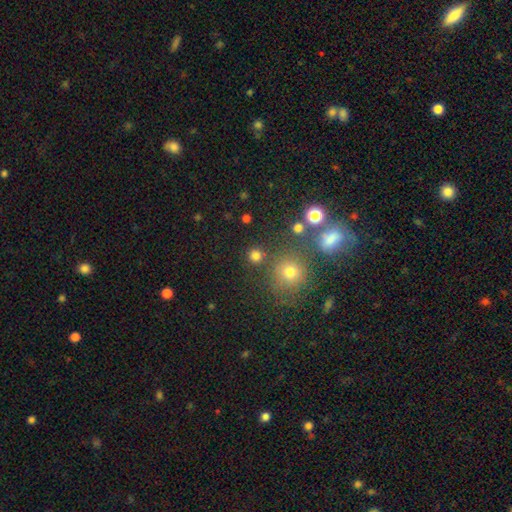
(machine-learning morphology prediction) Smooth or featured?
  - smooth: 76% *
  - star or artifact: 19%
  - featured or disk: 5%
How rounded?
  - round: 92% *
  - in between: 7%
  - cigar-shaped: 1%
Merging?
  - none: 83% *
  - minor disturbance: 7%
  - merger: 6%
  - major disturbance: 3%